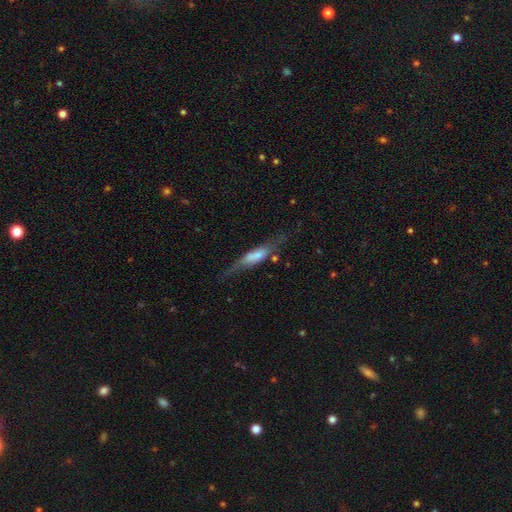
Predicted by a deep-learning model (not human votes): Q: Smooth or featured?
A: featured or disk (49%); runner-up: smooth (45%)
Q: Merging?
A: none (57%); runner-up: minor disturbance (23%)